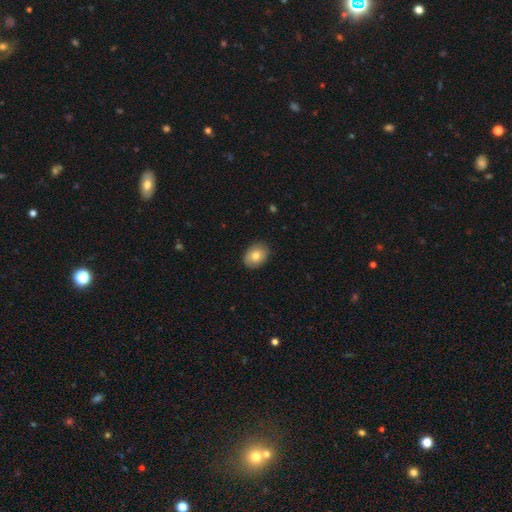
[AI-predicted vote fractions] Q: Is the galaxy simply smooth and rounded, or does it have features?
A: smooth — 77%.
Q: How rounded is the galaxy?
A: in between — 63%.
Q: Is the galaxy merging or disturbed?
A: none — 87%.